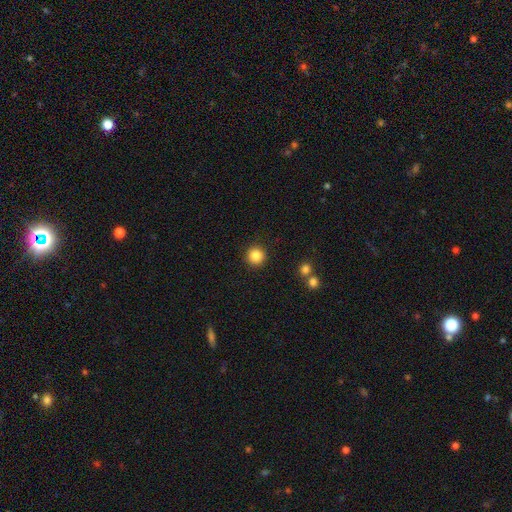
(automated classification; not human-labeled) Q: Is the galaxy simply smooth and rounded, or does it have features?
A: smooth — 86%.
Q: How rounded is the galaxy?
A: round — 95%.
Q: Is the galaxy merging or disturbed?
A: none — 91%.